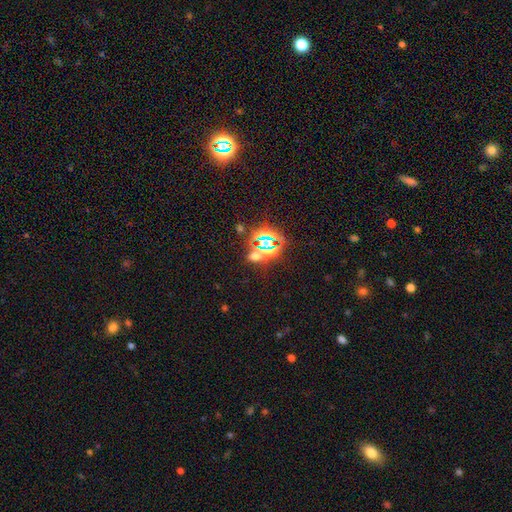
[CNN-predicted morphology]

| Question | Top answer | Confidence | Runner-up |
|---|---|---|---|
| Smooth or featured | star or artifact | 64% | smooth (28%) |